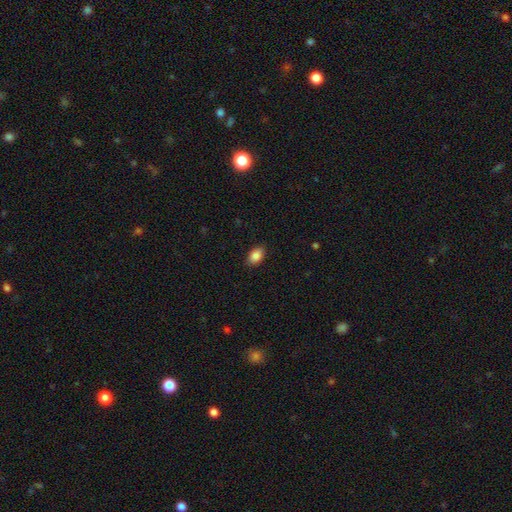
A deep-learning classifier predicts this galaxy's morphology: Smooth or featured? Predicted: smooth (p=0.87). How rounded? Predicted: in between (p=0.86). Merging? Predicted: none (p=0.88).